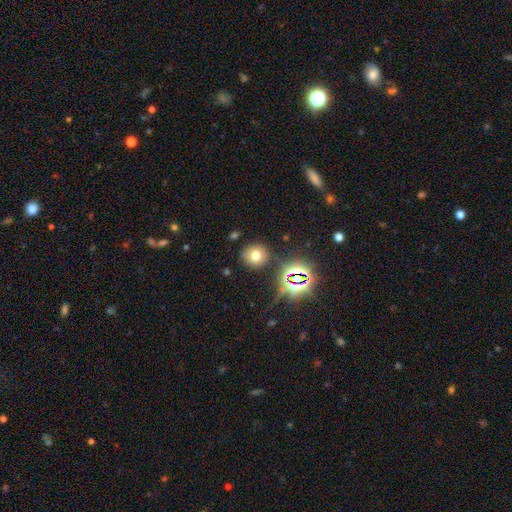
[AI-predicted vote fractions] Smooth or featured?
  - smooth: 66% *
  - star or artifact: 23%
  - featured or disk: 11%
How rounded?
  - round: 86% *
  - in between: 13%
  - cigar-shaped: 1%
Merging?
  - none: 84% *
  - minor disturbance: 9%
  - merger: 4%
  - major disturbance: 4%